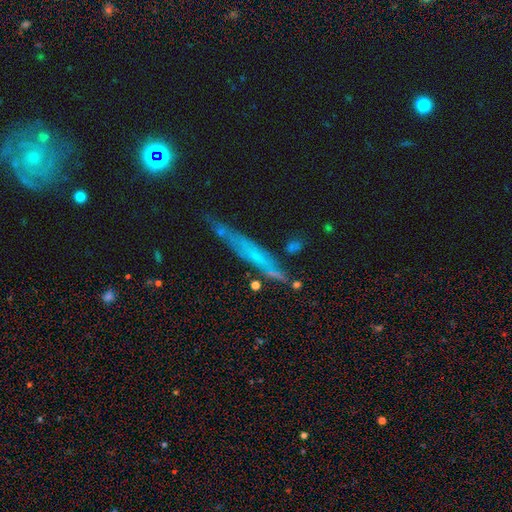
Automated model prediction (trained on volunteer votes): Q: Smooth or featured?
A: featured or disk (42%); runner-up: smooth (36%)
Q: Merging?
A: none (67%); runner-up: minor disturbance (20%)